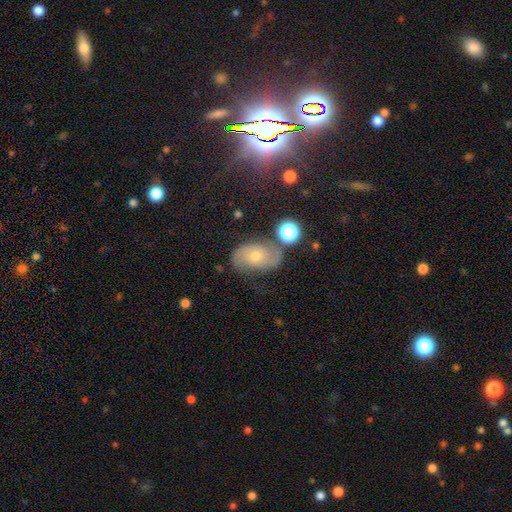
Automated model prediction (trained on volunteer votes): Smooth or featured? featured or disk (61%)
Edge-on disk? no (95%)
Bar? no (78%)
Spiral arms? yes (84%)
Bulge size? small (49%)
Merging? none (67%)